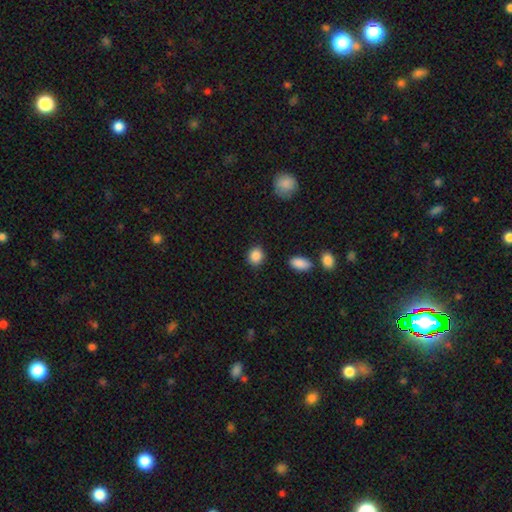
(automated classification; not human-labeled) This appears to be a smooth galaxy with no disk features (88%) that is round (69%). Merging: none (86%).